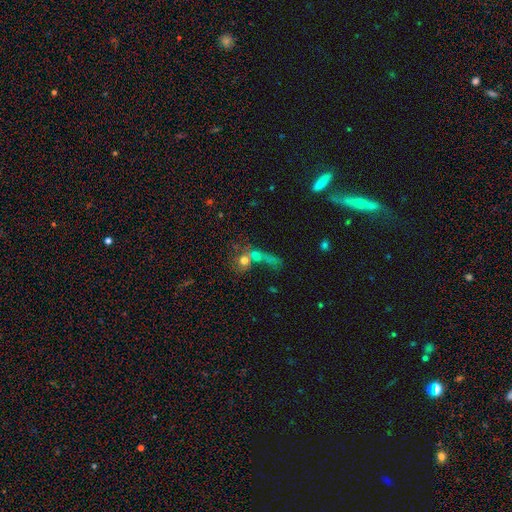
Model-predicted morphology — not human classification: smooth_or_featured: smooth (p=0.53) [alt: featured or disk p=0.25]
how_rounded: round (p=0.61) [alt: in between p=0.26]
merging: merger (p=0.39) [alt: none p=0.33]